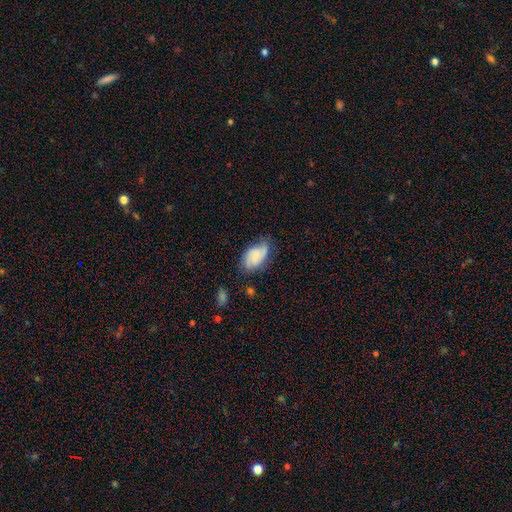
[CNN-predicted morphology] Overall: smooth (62%; featured or disk 30%). How rounded: in between (92%). Merging: none (59%; minor disturbance 30%).